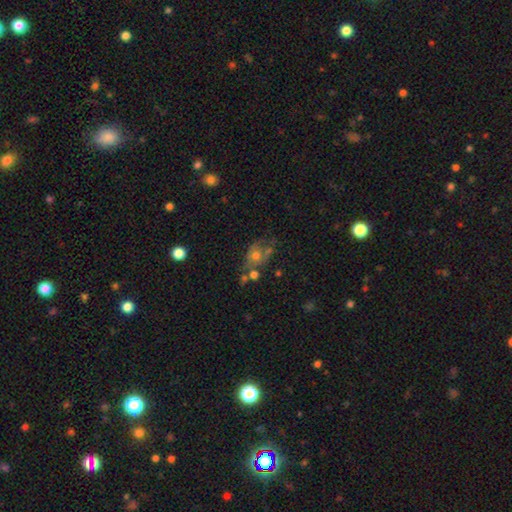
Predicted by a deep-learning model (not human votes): A smooth galaxy with no disk features (47%). Merging: none (32%).